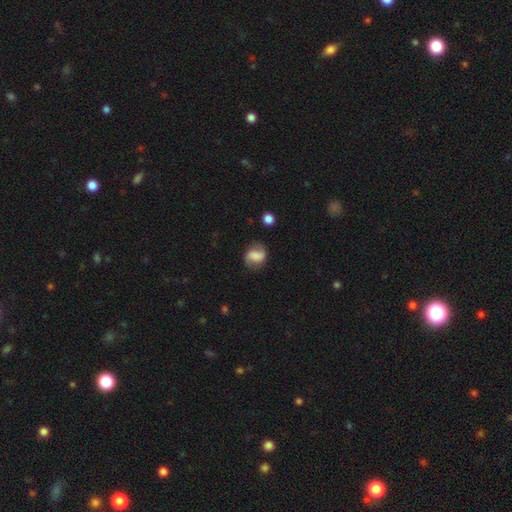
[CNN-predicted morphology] A smooth galaxy with no disk features (48%).

Vote fractions:
- Smooth or featured? smooth: 48% / featured or disk: 42% / star or artifact: 9%
- Merging? none: 70% / minor disturbance: 20% / major disturbance: 8% / merger: 2%